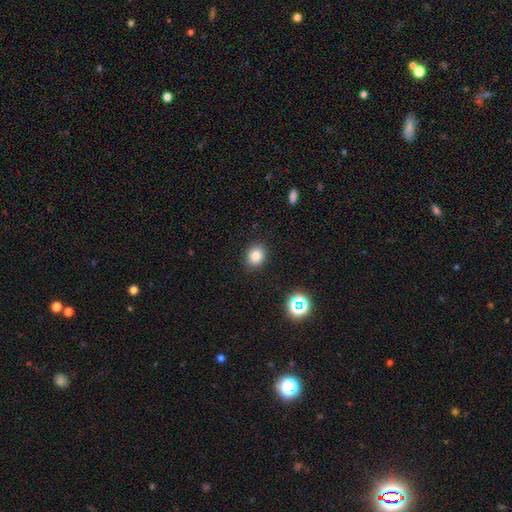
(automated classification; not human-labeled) Morphology: type=smooth (81%); roundness=round (66%); merging=none (88%).